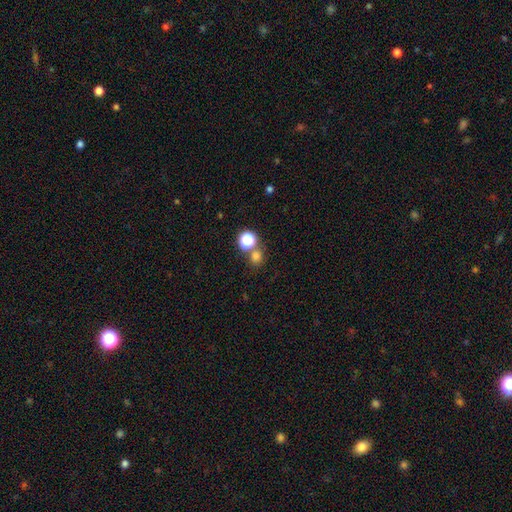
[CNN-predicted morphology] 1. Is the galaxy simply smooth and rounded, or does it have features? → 73% smooth, 21% star or artifact, 6% featured or disk.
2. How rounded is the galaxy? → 82% round, 17% in between, 1% cigar-shaped.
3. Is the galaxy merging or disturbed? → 64% none, 25% merger, 8% minor disturbance, 3% major disturbance.